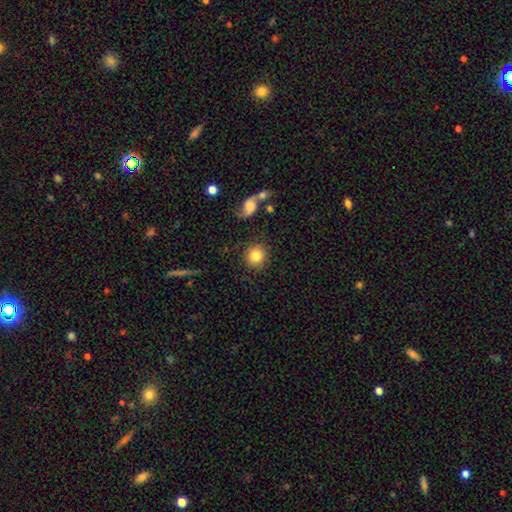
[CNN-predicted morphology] A smooth galaxy with no disk features (82%) that is round (91%). Merging: none (86%).